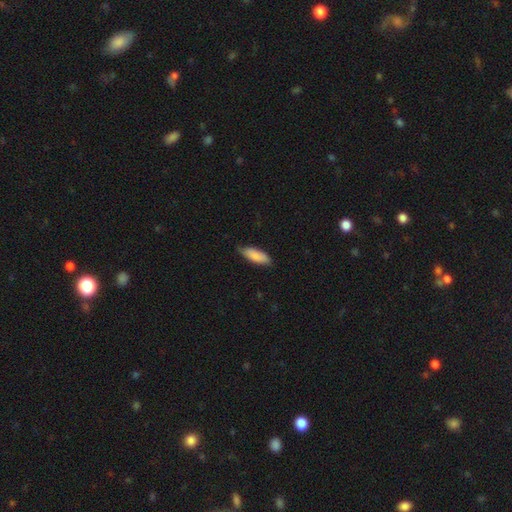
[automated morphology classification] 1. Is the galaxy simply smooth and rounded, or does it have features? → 85% smooth, 9% featured or disk, 5% star or artifact.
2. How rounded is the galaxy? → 72% in between, 27% cigar-shaped, 2% round.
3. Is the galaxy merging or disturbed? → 72% none, 24% minor disturbance, 3% major disturbance, 1% merger.